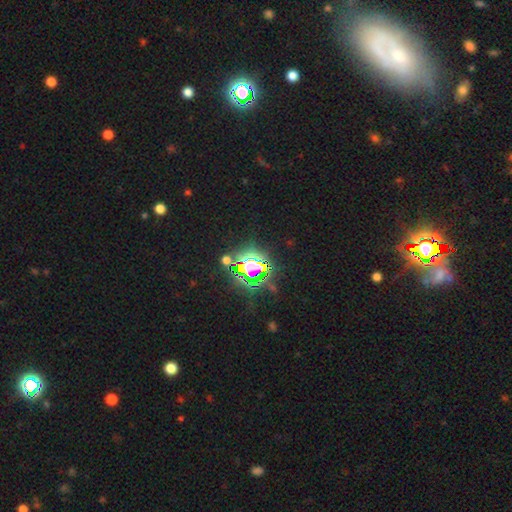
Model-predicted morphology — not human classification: Q: Smooth or featured?
A: star or artifact (78%); runner-up: smooth (13%)